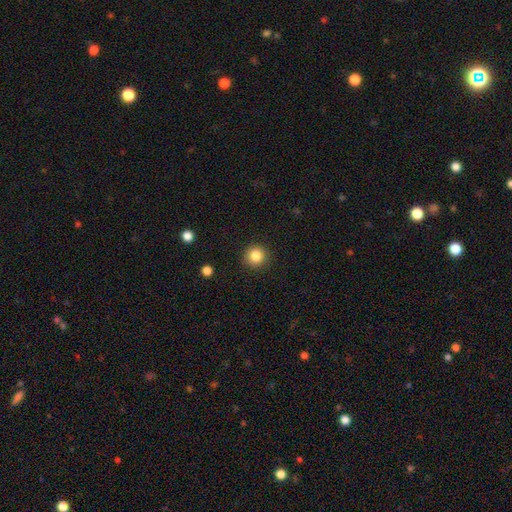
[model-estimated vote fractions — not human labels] The model was most divided on "smooth or featured": smooth: 84%, star or artifact: 11%, featured or disk: 5%. More confident: how rounded — round (94%); merging — none (91%).